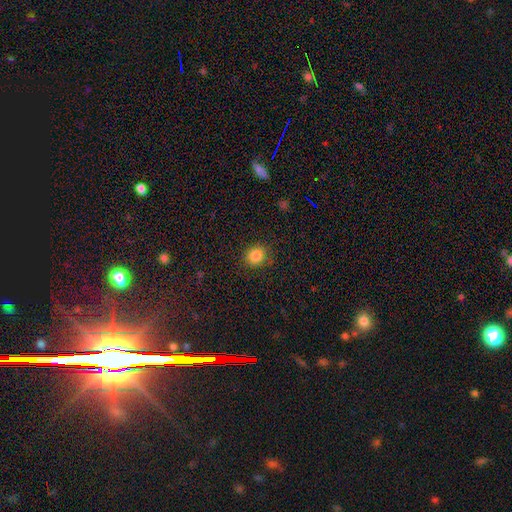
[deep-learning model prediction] smooth 84%, star or artifact 11%, featured or disk 4%. Down the decision tree: how rounded — round (77%); merging — none (86%).